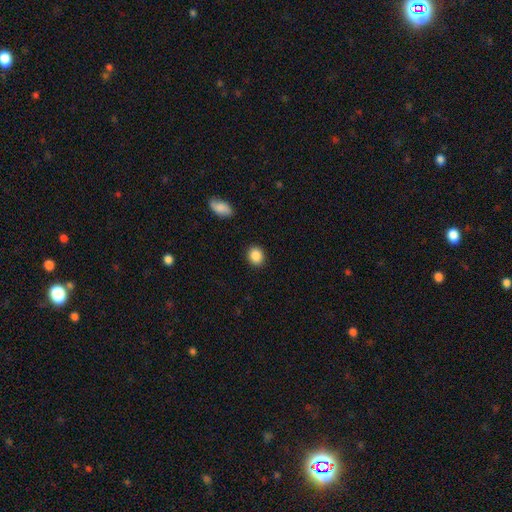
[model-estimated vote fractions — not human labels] A smooth galaxy with no disk features (88%) that is round (71%).

Vote fractions:
- Smooth or featured? smooth: 88% / star or artifact: 8% / featured or disk: 3%
- How rounded? round: 71% / in between: 28% / cigar-shaped: 1%
- Merging? none: 90% / minor disturbance: 7% / major disturbance: 2% / merger: 1%